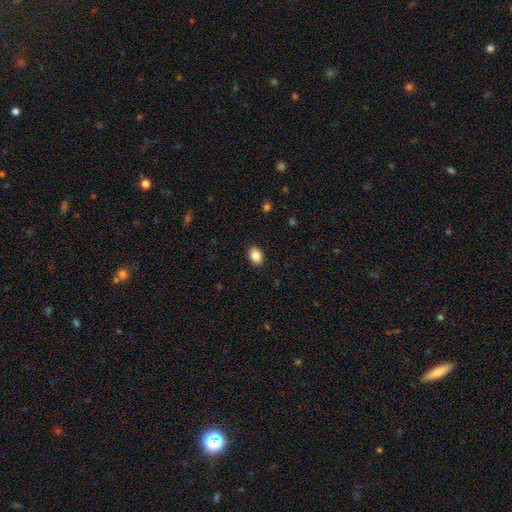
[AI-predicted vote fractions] This appears to be a smooth galaxy with no disk features (87%) that is in between round and cigar-shaped (79%). Merging: none (89%).